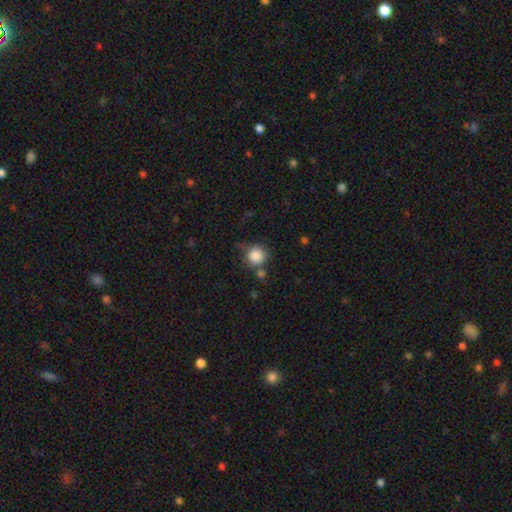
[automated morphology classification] This is clearly a smooth galaxy (86%). How rounded: clearly round (93%). Merging: likely none (67%).